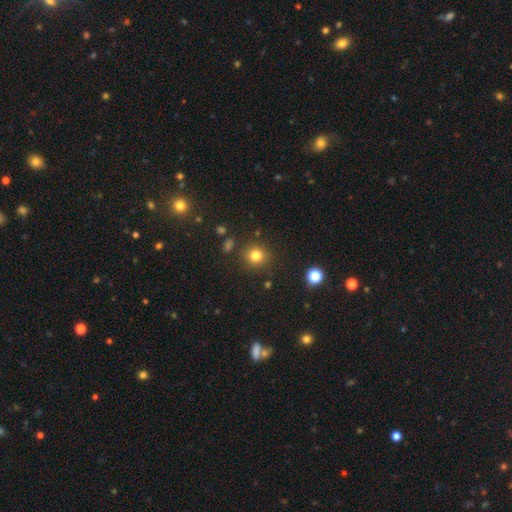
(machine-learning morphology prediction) type=smooth (80%); roundness=round (90%); merging=none (87%).